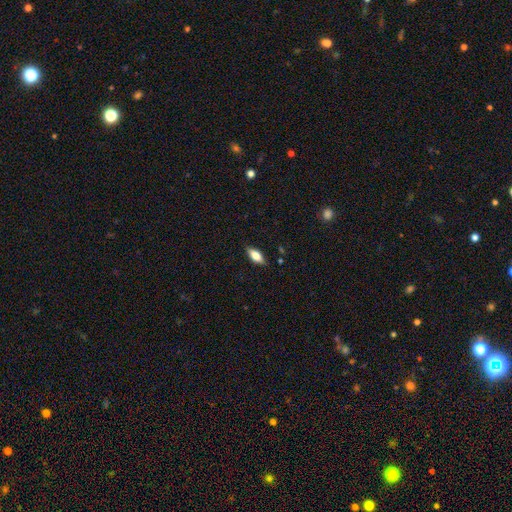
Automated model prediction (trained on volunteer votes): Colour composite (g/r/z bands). It shows a smooth galaxy with no disk features (64%) that is in between round and cigar-shaped (79%). Merging: none (85%).